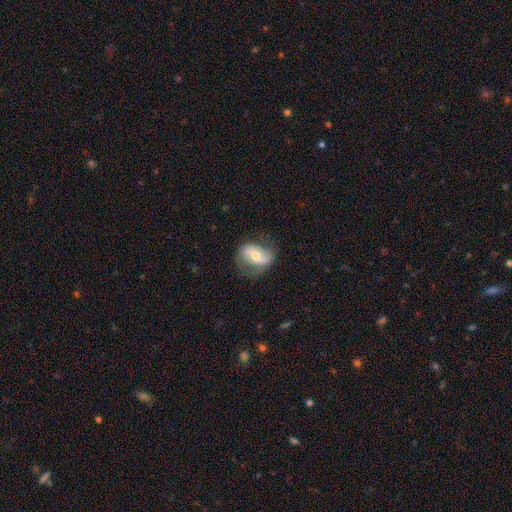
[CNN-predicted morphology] This appears to be a featured or disk galaxy (61%) with no bar (36%), spiral arms (78%) and a moderate central bulge (62%). Merging: none (63%).